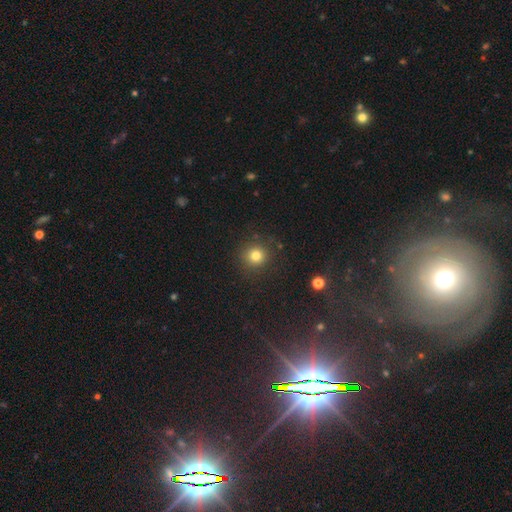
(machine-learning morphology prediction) smooth_or_featured: smooth (p=0.80) [alt: star or artifact p=0.14]
how_rounded: round (p=0.92) [alt: in between p=0.07]
merging: none (p=0.87) [alt: minor disturbance p=0.07]